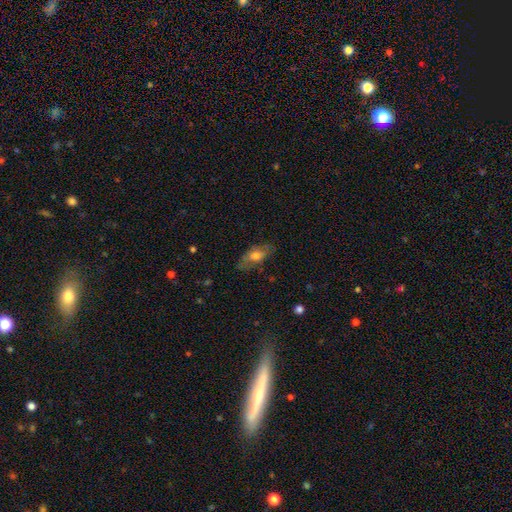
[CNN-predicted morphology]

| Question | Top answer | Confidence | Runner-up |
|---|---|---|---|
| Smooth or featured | smooth | 59% | featured or disk (33%) |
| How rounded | in between | 83% | cigar-shaped (11%) |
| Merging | none | 67% | minor disturbance (22%) |